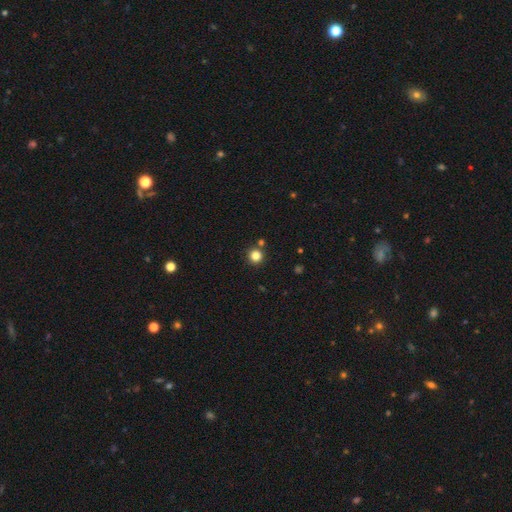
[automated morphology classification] Q: Smooth or featured?
A: smooth (83%); runner-up: star or artifact (13%)
Q: How rounded?
A: round (95%); runner-up: in between (4%)
Q: Merging?
A: none (85%); runner-up: merger (7%)